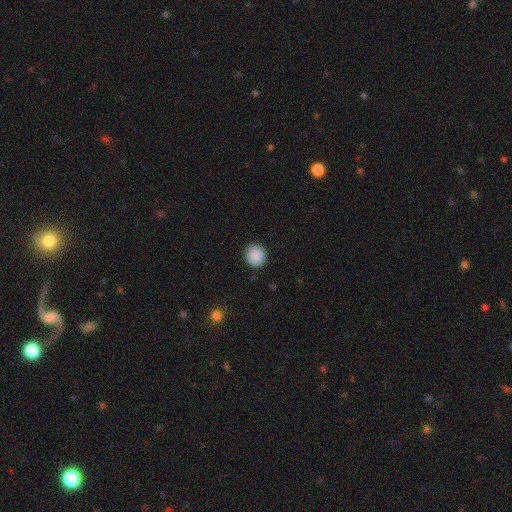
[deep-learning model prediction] Morphology: type=smooth (90%); roundness=round (91%); merging=none (91%).